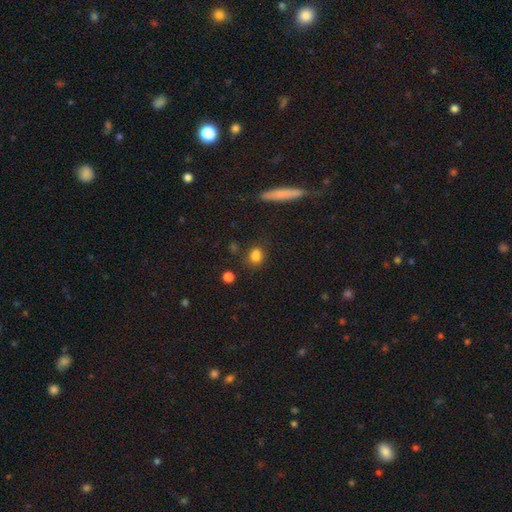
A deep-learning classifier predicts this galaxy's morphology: Q: Smooth or featured?
A: smooth (80%); runner-up: star or artifact (13%)
Q: How rounded?
A: in between (50%); runner-up: round (47%)
Q: Merging?
A: none (75%); runner-up: minor disturbance (14%)